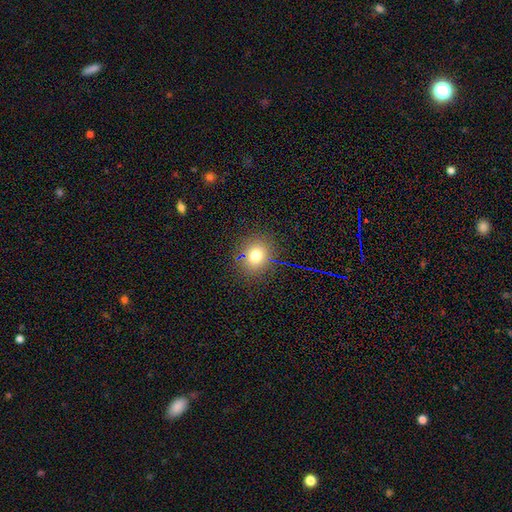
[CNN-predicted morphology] A smooth galaxy with no disk features (74%) that is round (74%).

Vote fractions:
- Smooth or featured? smooth: 74% / star or artifact: 17% / featured or disk: 9%
- How rounded? round: 74% / in between: 25% / cigar-shaped: 1%
- Merging? none: 87% / minor disturbance: 8% / major disturbance: 3% / merger: 2%